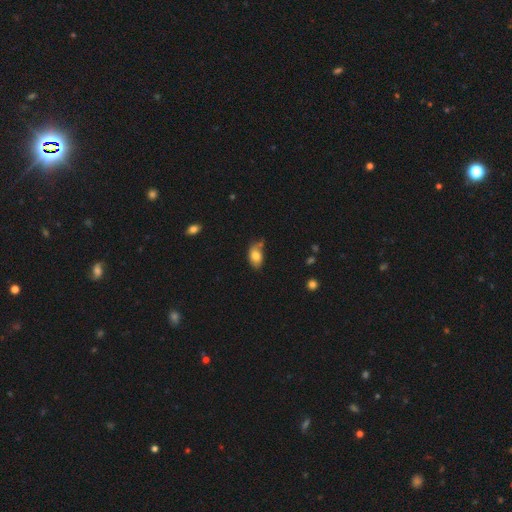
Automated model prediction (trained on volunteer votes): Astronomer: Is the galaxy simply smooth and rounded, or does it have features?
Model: smooth — 79%.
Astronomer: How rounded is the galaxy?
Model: in between — 89%.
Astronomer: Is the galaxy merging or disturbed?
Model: none — 54% (runner-up: minor disturbance, 30%).